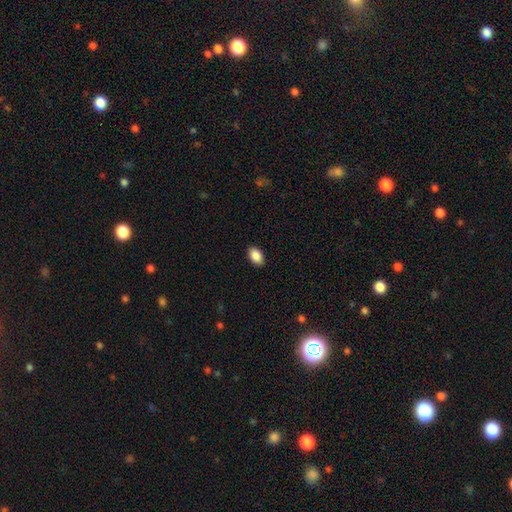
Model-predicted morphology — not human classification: type=smooth (89%); roundness=in between (92%); merging=none (90%).